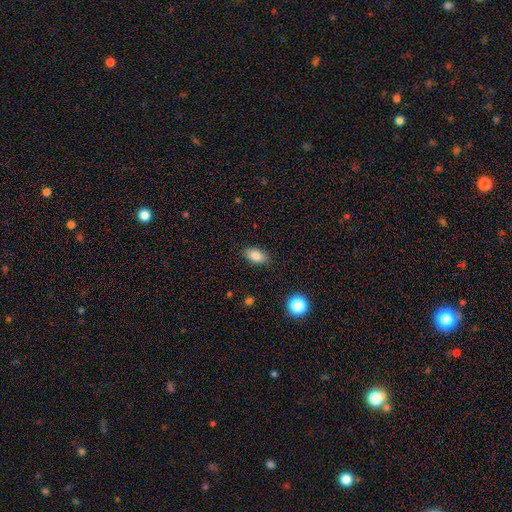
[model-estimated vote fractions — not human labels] smooth 84%, star or artifact 9%, featured or disk 7%. Down the decision tree: how rounded — in between (88%); merging — none (86%).